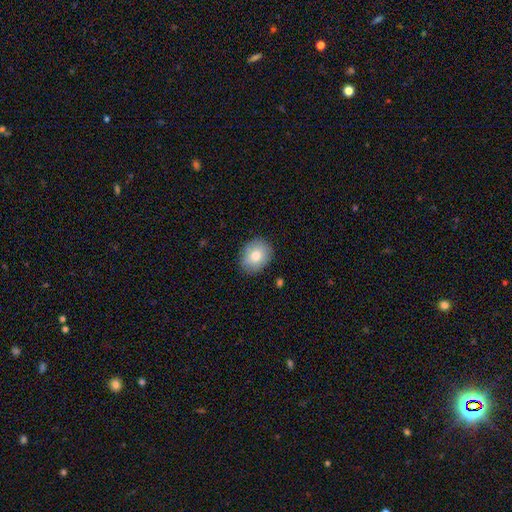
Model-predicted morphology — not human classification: smooth 80%, featured or disk 12%, star or artifact 8%. Down the decision tree: how rounded — in between (55%); merging — none (86%).